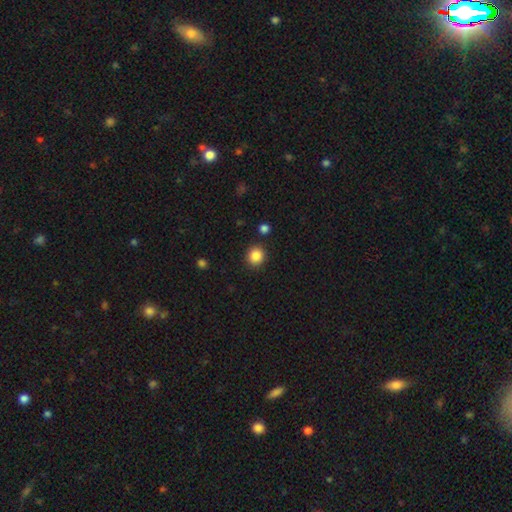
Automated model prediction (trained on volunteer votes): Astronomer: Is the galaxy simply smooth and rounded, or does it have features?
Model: smooth — 87%.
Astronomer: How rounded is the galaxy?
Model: round — 86%.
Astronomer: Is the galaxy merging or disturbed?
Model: none — 88%.